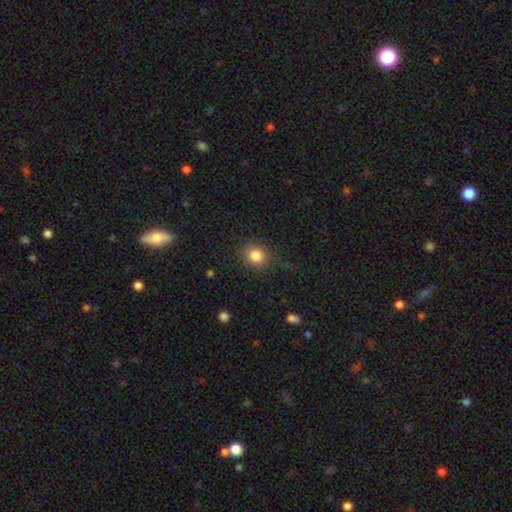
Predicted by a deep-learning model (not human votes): Smooth or featured: smooth — 84% (star or artifact — 11%)
How rounded: round — 80% (in between — 19%)
Merging: none — 83% (minor disturbance — 11%)